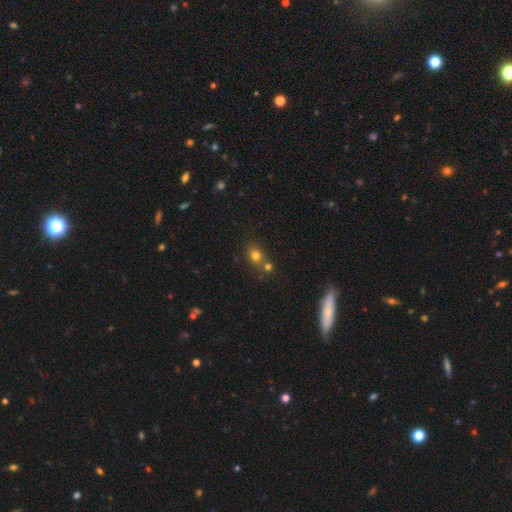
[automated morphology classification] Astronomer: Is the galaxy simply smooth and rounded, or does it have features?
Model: smooth — 75%.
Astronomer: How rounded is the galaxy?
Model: round — 61% (runner-up: in between, 38%).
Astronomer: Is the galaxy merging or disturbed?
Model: none — 57%.